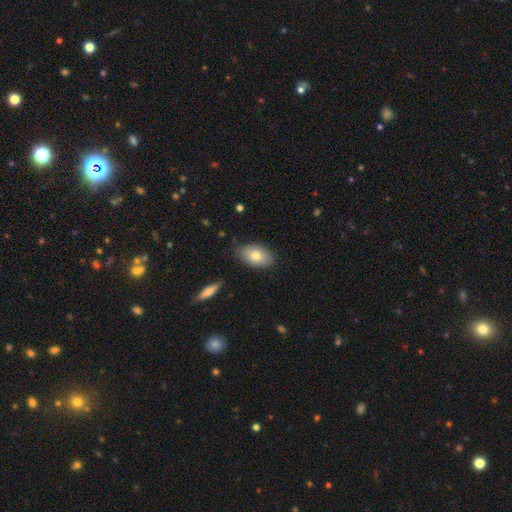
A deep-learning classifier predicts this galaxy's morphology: Q: Smooth or featured?
A: smooth (77%); runner-up: featured or disk (16%)
Q: How rounded?
A: in between (92%); runner-up: round (7%)
Q: Merging?
A: none (82%); runner-up: minor disturbance (14%)